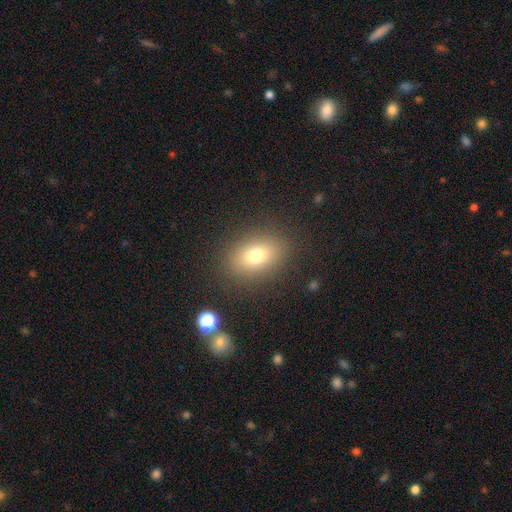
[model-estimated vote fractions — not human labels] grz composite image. It shows a smooth galaxy with no disk features (74%) that is in between round and cigar-shaped (70%). Merging: none (86%).